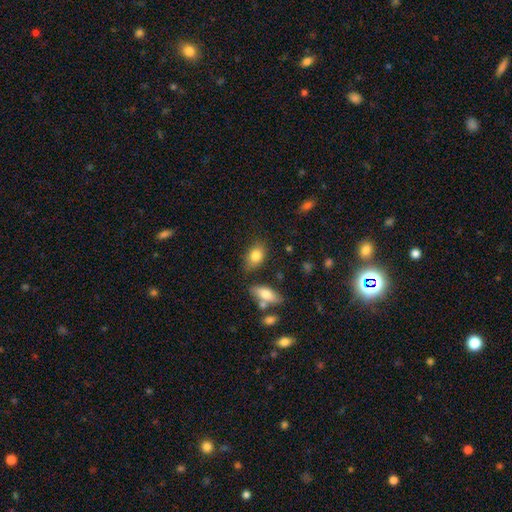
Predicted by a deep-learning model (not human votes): Smooth or featured? smooth (82%)
How rounded? in between (84%)
Merging? none (72%)